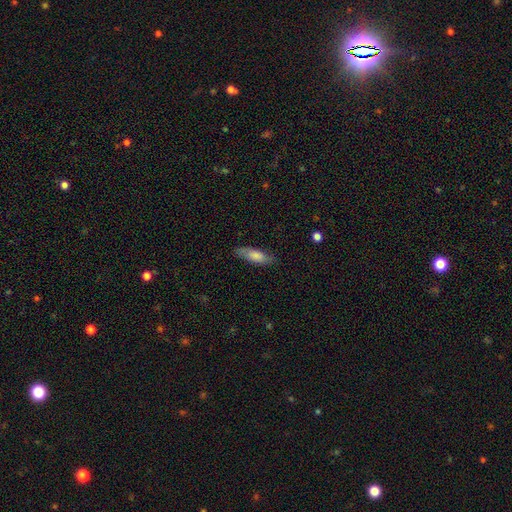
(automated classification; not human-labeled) Smooth or featured?
  - smooth: 76% *
  - featured or disk: 18%
  - star or artifact: 6%
How rounded?
  - in between: 55% *
  - cigar-shaped: 43%
  - round: 2%
Merging?
  - none: 79% *
  - minor disturbance: 16%
  - major disturbance: 3%
  - merger: 1%